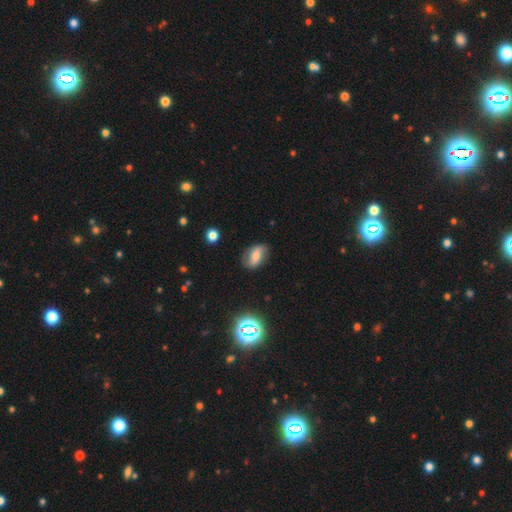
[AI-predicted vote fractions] Smooth or featured? Predicted: smooth (p=0.53). How rounded? Predicted: in between (p=0.83). Merging? Predicted: none (p=0.76).